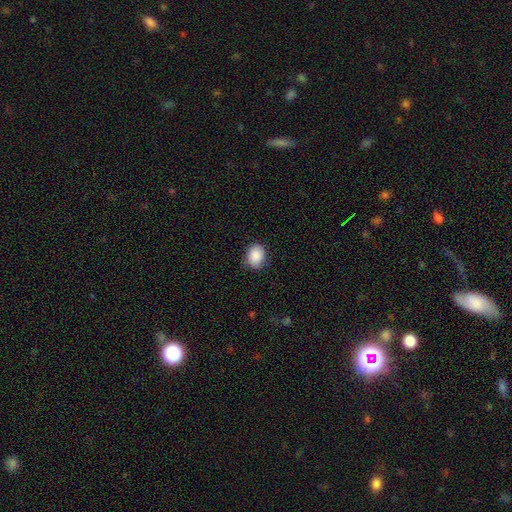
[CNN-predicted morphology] Smooth or featured?
  - smooth: 88% *
  - star or artifact: 7%
  - featured or disk: 5%
How rounded?
  - in between: 59% *
  - round: 40%
  - cigar-shaped: 1%
Merging?
  - none: 79% *
  - minor disturbance: 17%
  - major disturbance: 4%
  - merger: 1%